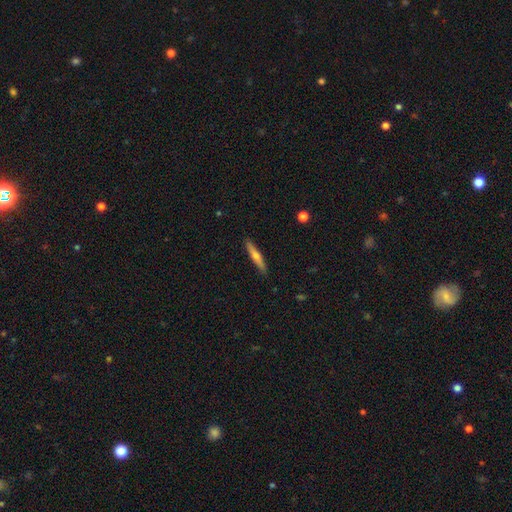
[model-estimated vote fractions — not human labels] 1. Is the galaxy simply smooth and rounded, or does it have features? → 52% featured or disk, 42% smooth, 6% star or artifact.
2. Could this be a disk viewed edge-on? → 95% yes, 5% no.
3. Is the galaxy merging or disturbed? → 91% none, 7% minor disturbance, 1% major disturbance, 1% merger.